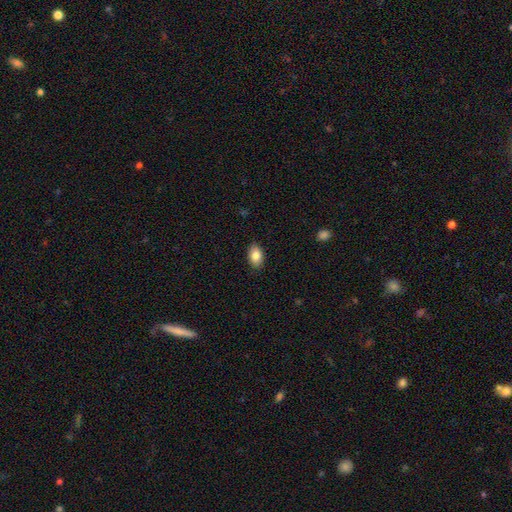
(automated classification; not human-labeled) Overall: smooth (83%). How rounded: in between (87%). Merging: none (87%).